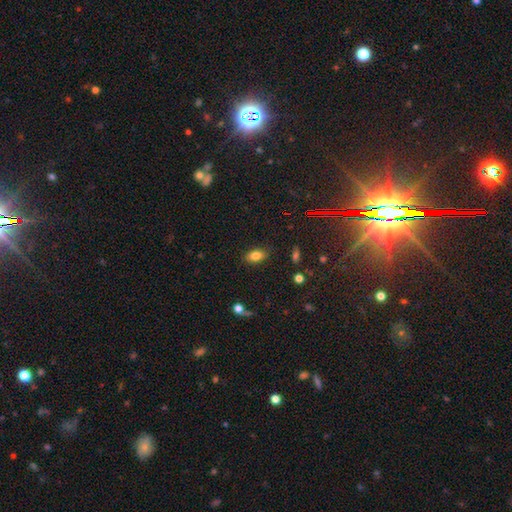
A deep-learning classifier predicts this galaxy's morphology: Q: Smooth or featured?
A: smooth (81%); runner-up: star or artifact (11%)
Q: How rounded?
A: in between (86%); runner-up: round (12%)
Q: Merging?
A: none (85%); runner-up: minor disturbance (11%)